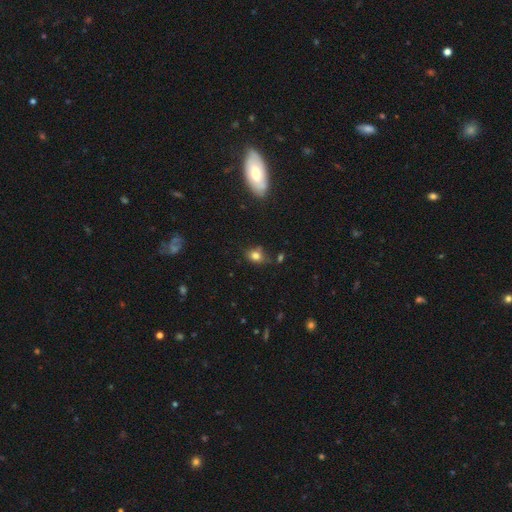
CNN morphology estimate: smooth_or_featured: smooth (p=0.78) [alt: star or artifact p=0.13]
how_rounded: in between (p=0.56) [alt: round p=0.43]
merging: none (p=0.62) [alt: minor disturbance p=0.24]